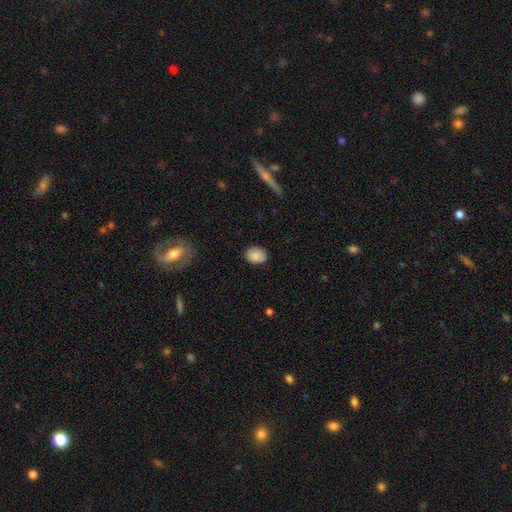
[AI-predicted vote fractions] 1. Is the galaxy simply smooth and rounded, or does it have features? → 86% smooth, 8% star or artifact, 6% featured or disk.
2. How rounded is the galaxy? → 54% in between, 45% round, 1% cigar-shaped.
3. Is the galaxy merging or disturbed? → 84% none, 12% minor disturbance, 2% major disturbance, 1% merger.